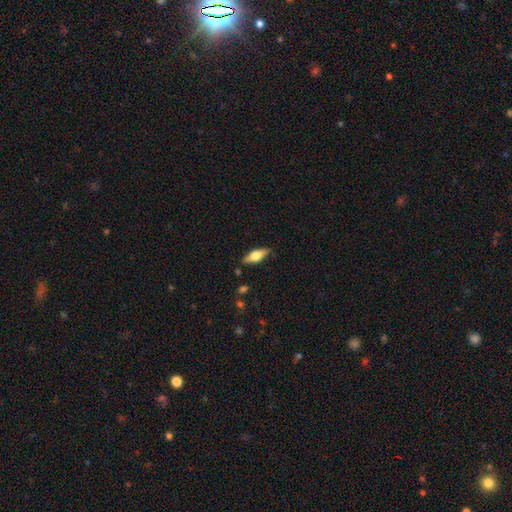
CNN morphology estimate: smooth_or_featured: smooth (p=0.52) [alt: featured or disk p=0.41]
how_rounded: in between (p=0.65) [alt: cigar-shaped p=0.33]
merging: none (p=0.83) [alt: minor disturbance p=0.13]